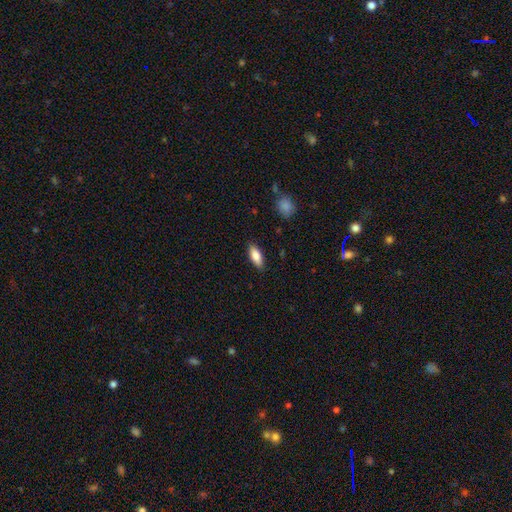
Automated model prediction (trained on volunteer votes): Smooth or featured?
  - smooth: 83% *
  - featured or disk: 11%
  - star or artifact: 6%
How rounded?
  - in between: 78% *
  - cigar-shaped: 20%
  - round: 2%
Merging?
  - none: 87% *
  - minor disturbance: 9%
  - major disturbance: 2%
  - merger: 1%